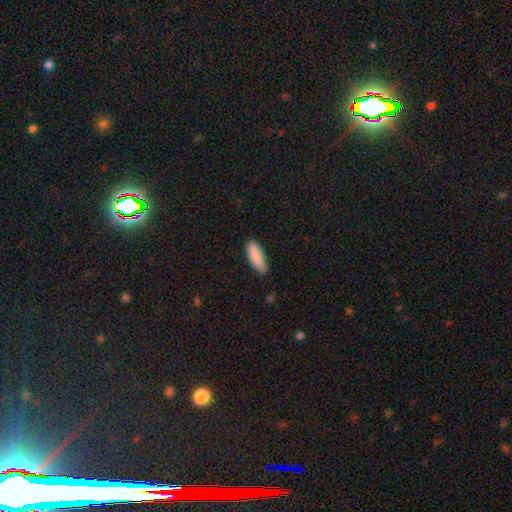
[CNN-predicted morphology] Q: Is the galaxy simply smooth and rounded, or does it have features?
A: smooth — 90%.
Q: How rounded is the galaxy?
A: in between — 61%.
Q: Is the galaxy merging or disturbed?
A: none — 85%.